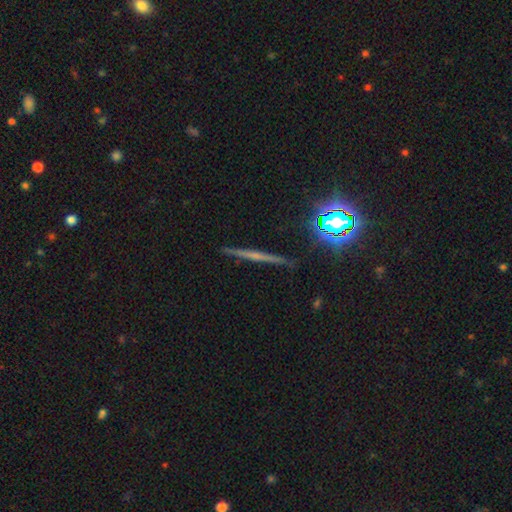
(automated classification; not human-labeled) Morphology: type=featured or disk (56%); edge-on=yes (97%); edge-on bulge=none (62%); merging=none (90%).